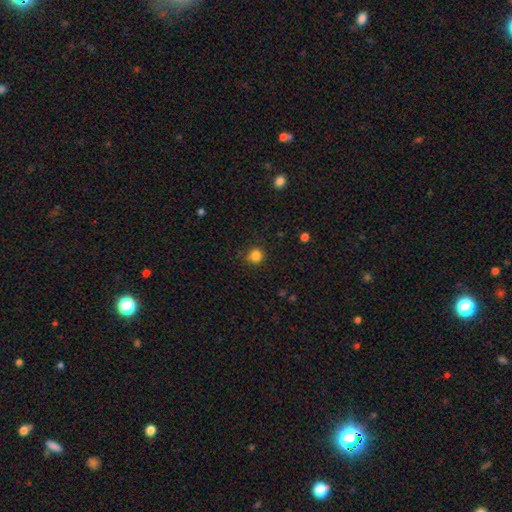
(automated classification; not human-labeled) This appears to be a smooth galaxy with no disk features (84%) that is round (93%). Merging: none (88%).